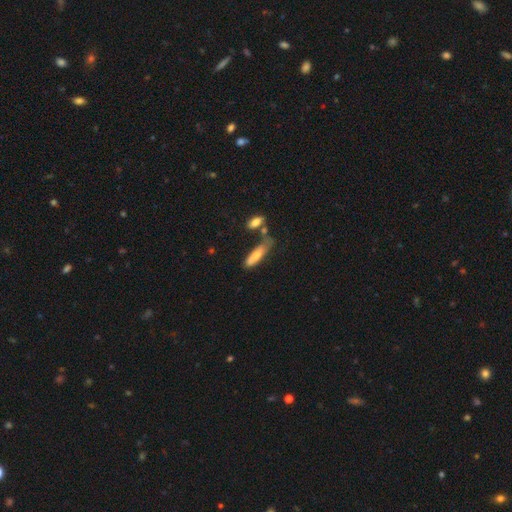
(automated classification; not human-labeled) Morphology: type=smooth (75%); roundness=cigar-shaped (59%); merging=none (45%).